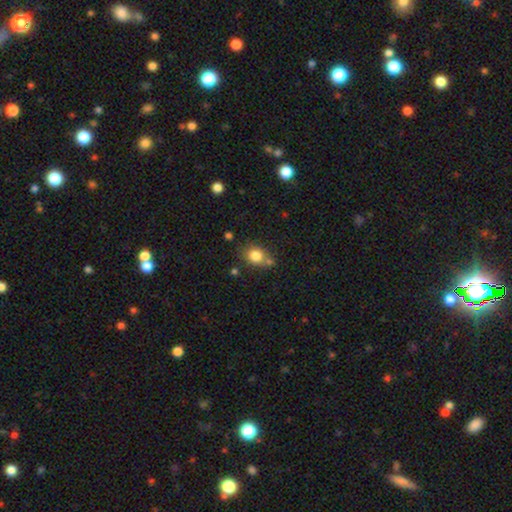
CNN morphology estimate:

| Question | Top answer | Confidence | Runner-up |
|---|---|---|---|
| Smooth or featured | smooth | 82% | star or artifact (10%) |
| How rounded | round | 61% | in between (38%) |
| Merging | none | 64% | merger (16%) |